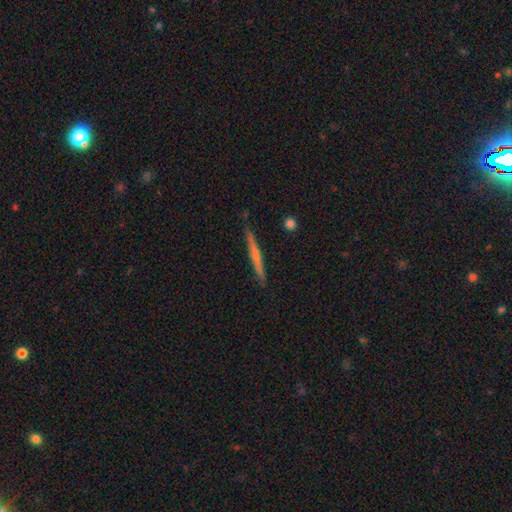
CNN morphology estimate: Q: Smooth or featured?
A: featured or disk (55%); runner-up: smooth (39%)
Q: Edge-on disk?
A: yes (97%); runner-up: no (3%)
Q: Edge-on bulge?
A: rounded (48%); runner-up: none (46%)
Q: Merging?
A: none (88%); runner-up: minor disturbance (9%)